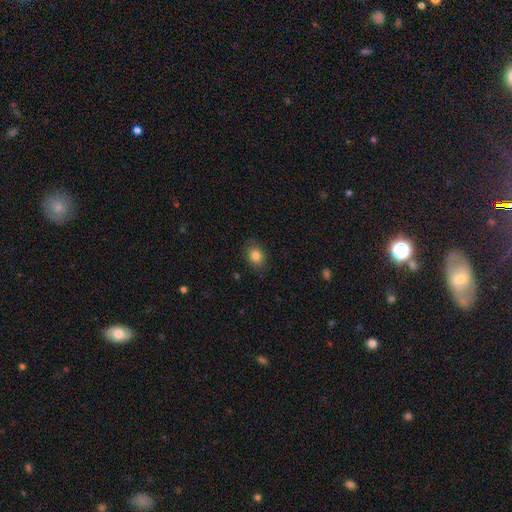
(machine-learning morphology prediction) Smooth or featured? Predicted: smooth (p=0.84). How rounded? Predicted: in between (p=0.50). Merging? Predicted: none (p=0.85).